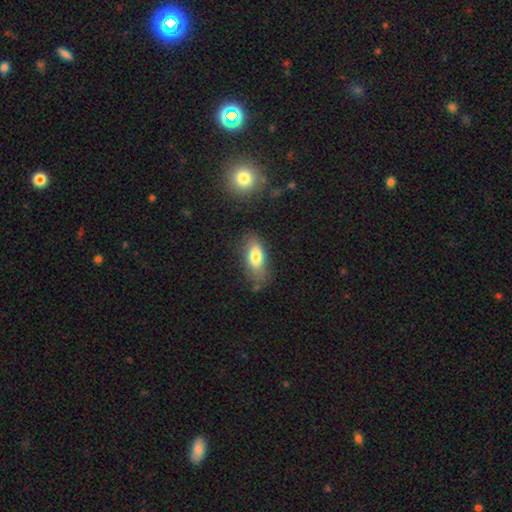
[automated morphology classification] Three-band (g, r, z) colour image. It shows a smooth galaxy with no disk features (76%) that is in between round and cigar-shaped (82%). Merging: none (71%).